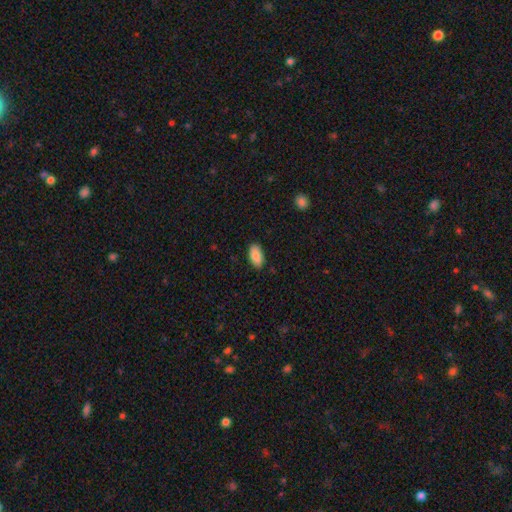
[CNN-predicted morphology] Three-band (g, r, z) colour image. It shows a smooth galaxy with no disk features (88%) that is in between round and cigar-shaped (94%). Merging: none (86%).